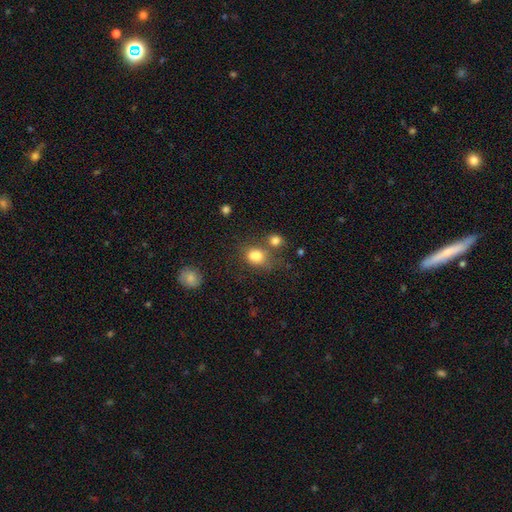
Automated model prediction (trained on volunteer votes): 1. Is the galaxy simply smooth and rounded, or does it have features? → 80% smooth, 12% star or artifact, 8% featured or disk.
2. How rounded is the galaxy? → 50% in between, 49% round, 1% cigar-shaped.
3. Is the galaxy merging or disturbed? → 45% none, 29% merger, 17% minor disturbance, 9% major disturbance.